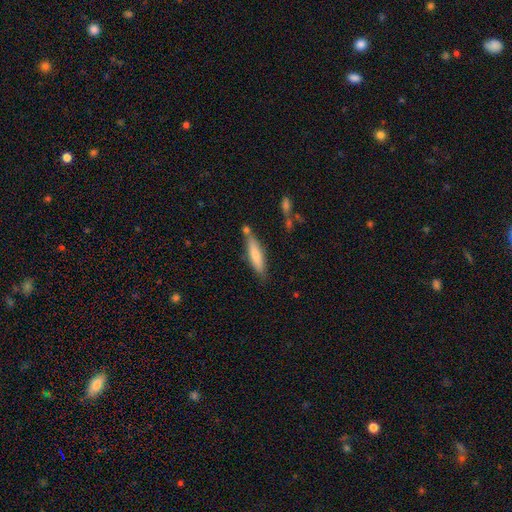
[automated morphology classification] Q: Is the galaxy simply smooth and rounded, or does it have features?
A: smooth — 73%.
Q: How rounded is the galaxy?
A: cigar-shaped — 74%.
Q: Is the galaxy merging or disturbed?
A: none — 67%.